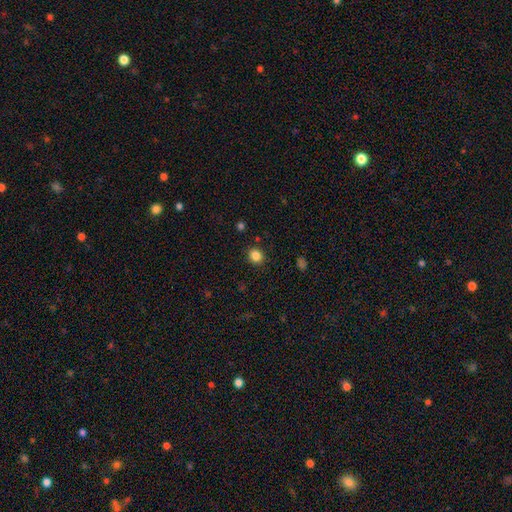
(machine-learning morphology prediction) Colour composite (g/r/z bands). It shows a smooth galaxy with no disk features (84%) that is round (78%). Merging: none (89%).